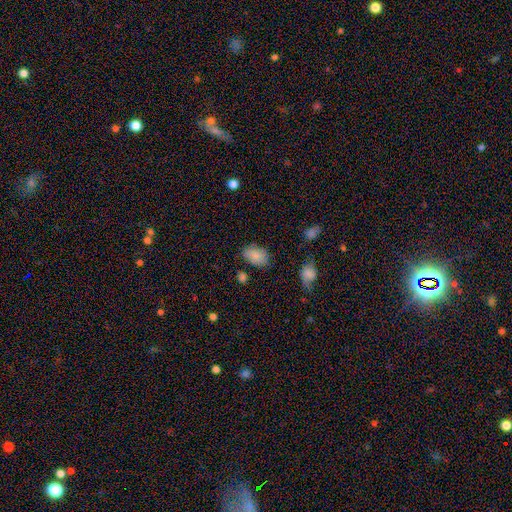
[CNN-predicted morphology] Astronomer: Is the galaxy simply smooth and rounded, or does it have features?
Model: smooth — 84%.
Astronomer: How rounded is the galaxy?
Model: in between — 85%.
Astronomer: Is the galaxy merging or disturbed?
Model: none — 72%.